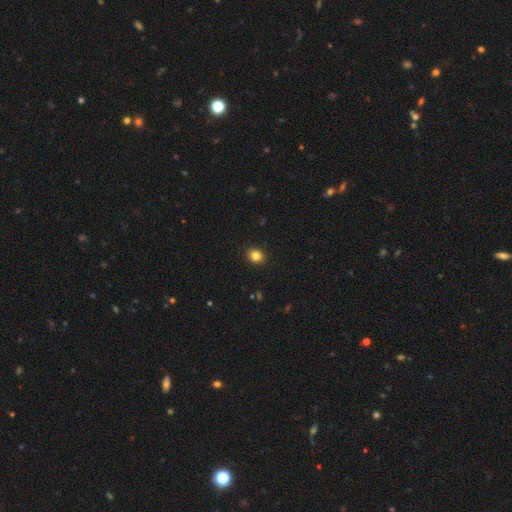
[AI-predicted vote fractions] Smooth or featured: smooth — 84% (star or artifact — 11%)
How rounded: round — 68% (in between — 31%)
Merging: none — 91% (minor disturbance — 6%)